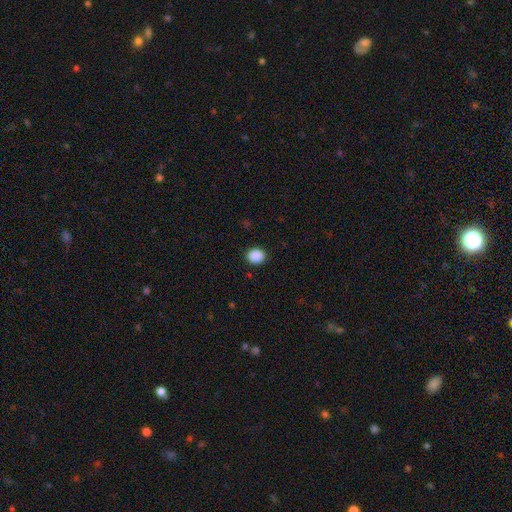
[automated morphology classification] smooth 89%, star or artifact 9%, featured or disk 2%. Down the decision tree: how rounded — round (67%); merging — none (90%).